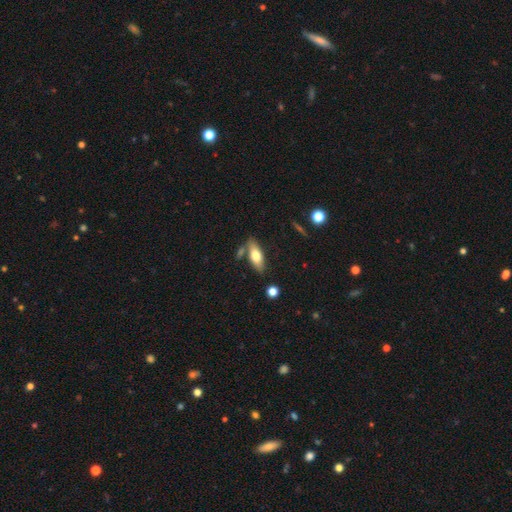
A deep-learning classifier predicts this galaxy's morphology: The model was most divided on "how rounded": in between: 69%, cigar-shaped: 29%, round: 2%. More confident: merging — none (71%); smooth or featured — smooth (68%).